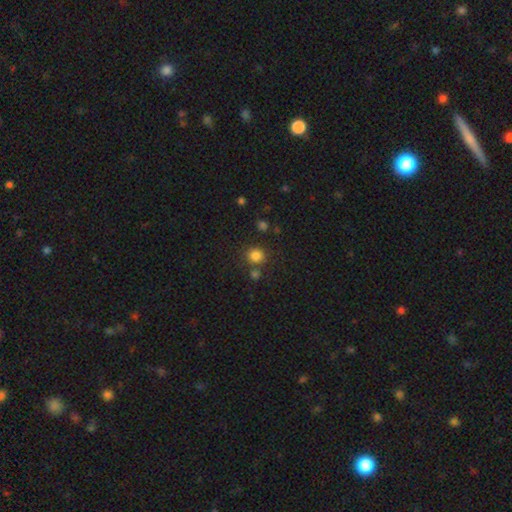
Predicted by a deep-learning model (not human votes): Smooth or featured?
  - smooth: 82% *
  - star or artifact: 13%
  - featured or disk: 5%
How rounded?
  - round: 87% *
  - in between: 12%
  - cigar-shaped: 1%
Merging?
  - none: 77% *
  - merger: 11%
  - minor disturbance: 9%
  - major disturbance: 3%